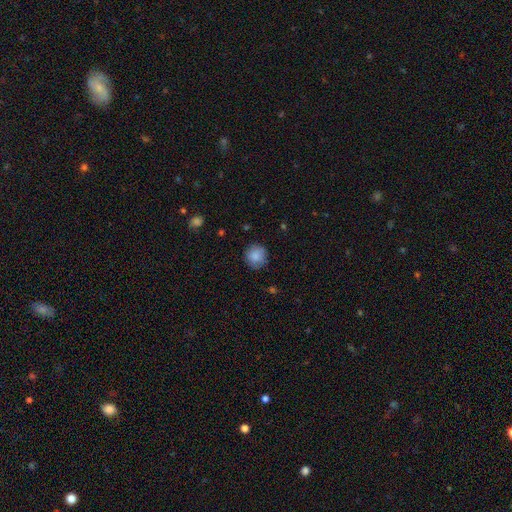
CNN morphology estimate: smooth 85%, star or artifact 8%, featured or disk 7%. Down the decision tree: how rounded — round (92%); merging — none (85%).